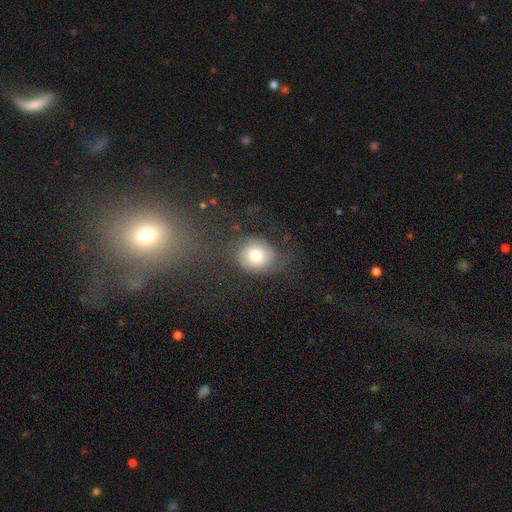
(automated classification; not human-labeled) Morphology: type=smooth (71%); roundness=round (66%); merging=none (66%).